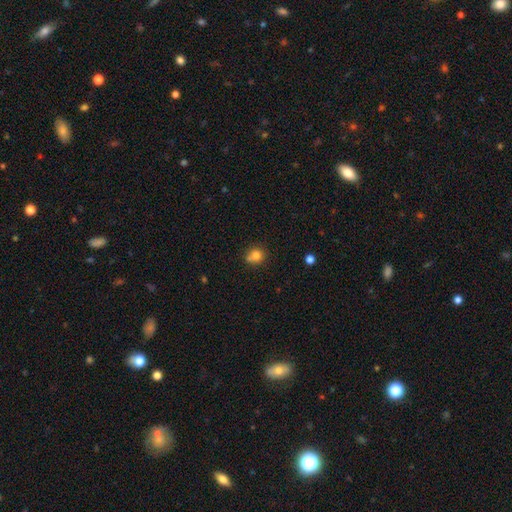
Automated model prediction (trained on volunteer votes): Smooth or featured?
  - smooth: 78% *
  - star or artifact: 12%
  - featured or disk: 10%
How rounded?
  - round: 80% *
  - in between: 19%
  - cigar-shaped: 1%
Merging?
  - none: 57% *
  - merger: 21%
  - minor disturbance: 17%
  - major disturbance: 5%